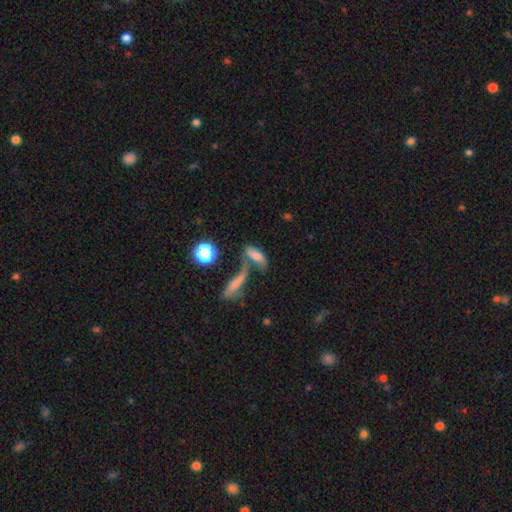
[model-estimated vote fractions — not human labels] Morphology: type=smooth (68%); roundness=in between (68%); merging=merger (50%).